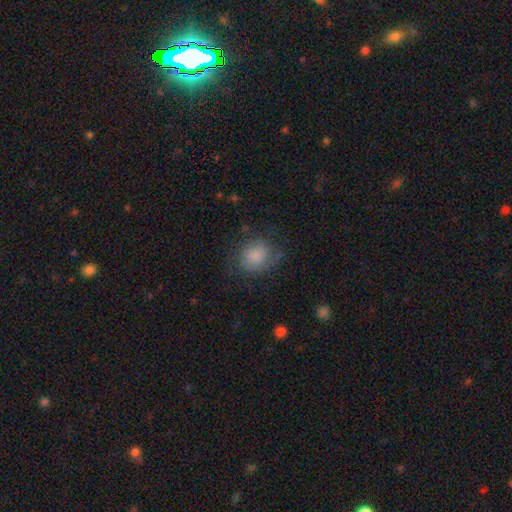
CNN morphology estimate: smooth 77%, featured or disk 14%, star or artifact 9%. Down the decision tree: how rounded — round (69%); merging — none (63%).